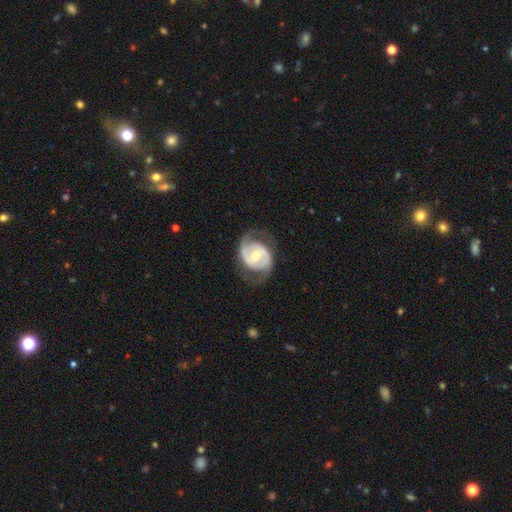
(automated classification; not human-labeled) Smooth or featured? Predicted: featured or disk (p=0.81). Edge-on disk? Predicted: no (p=0.97). Bar? Predicted: weak (p=0.44). Spiral arms? Predicted: yes (p=0.88). Spiral winding? Predicted: medium (p=0.46). Spiral arm count? Predicted: 2 (p=0.84). Bulge size? Predicted: moderate (p=0.64). Merging? Predicted: none (p=0.68).